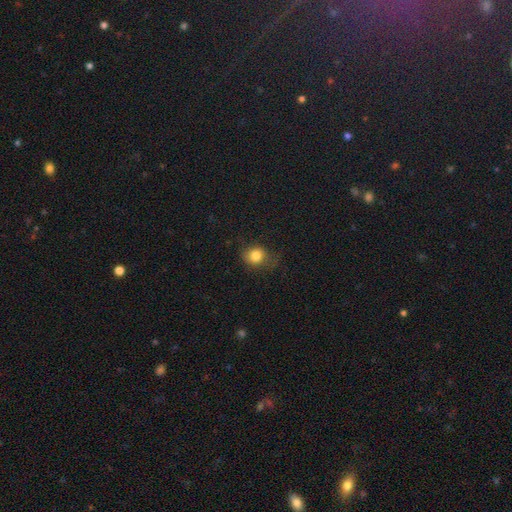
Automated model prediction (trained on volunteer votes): This is clearly a smooth galaxy (81%). How rounded: likely round (74%). Merging: likely none (66%).